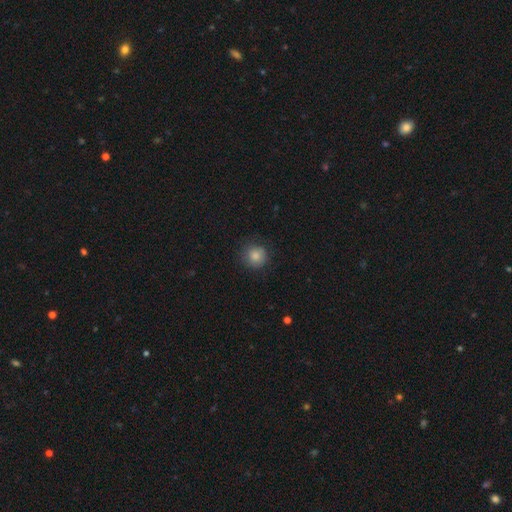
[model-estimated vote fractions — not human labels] Smooth or featured? Predicted: smooth (p=0.83). How rounded? Predicted: round (p=0.92). Merging? Predicted: none (p=0.82).